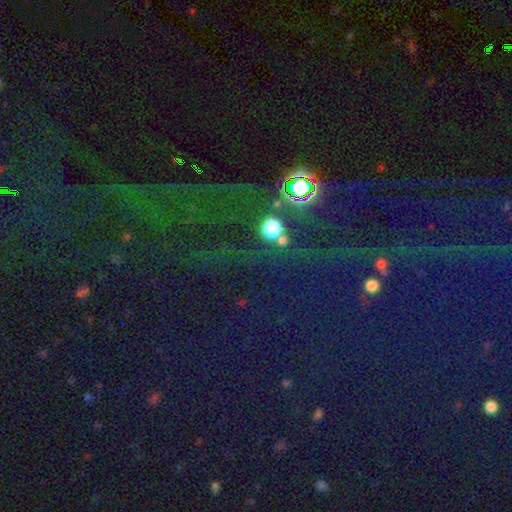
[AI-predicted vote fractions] Overall: star or artifact (80%).